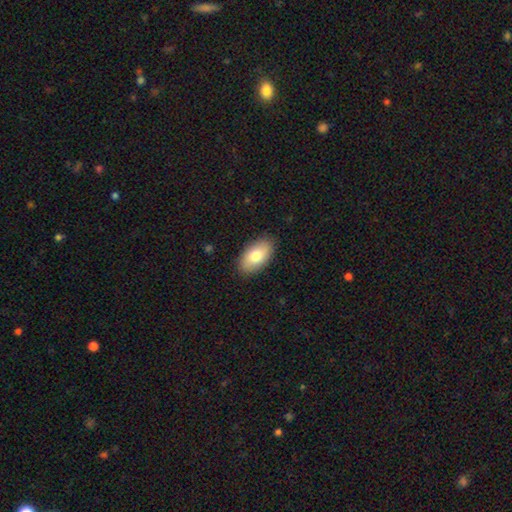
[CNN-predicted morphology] Overall: smooth (77%). How rounded: in between (94%). Merging: none (87%).